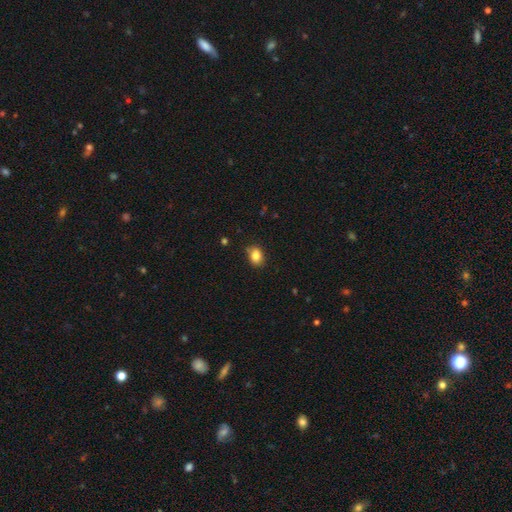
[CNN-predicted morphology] A smooth galaxy with no disk features (84%) that is in between round and cigar-shaped (68%). Merging: none (79%).